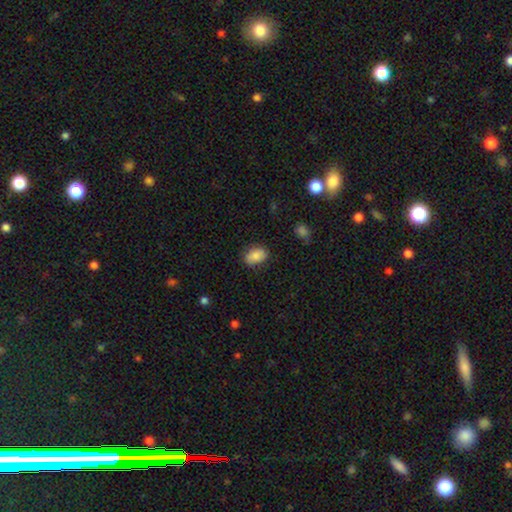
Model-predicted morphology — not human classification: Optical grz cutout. It shows a smooth galaxy with no disk features (85%) that is in between round and cigar-shaped (84%). Merging: none (80%).